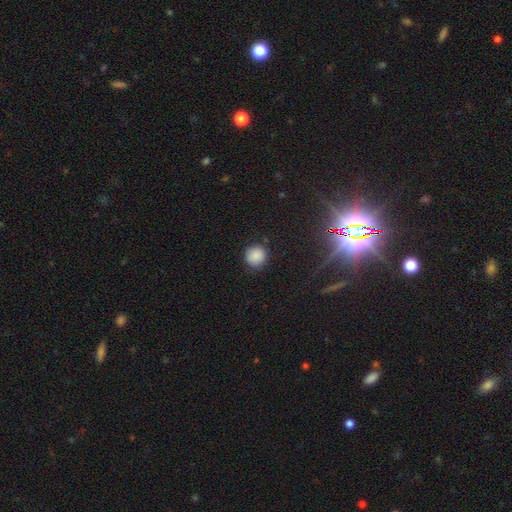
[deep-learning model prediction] Morphology: type=smooth (85%); roundness=round (92%); merging=none (85%).